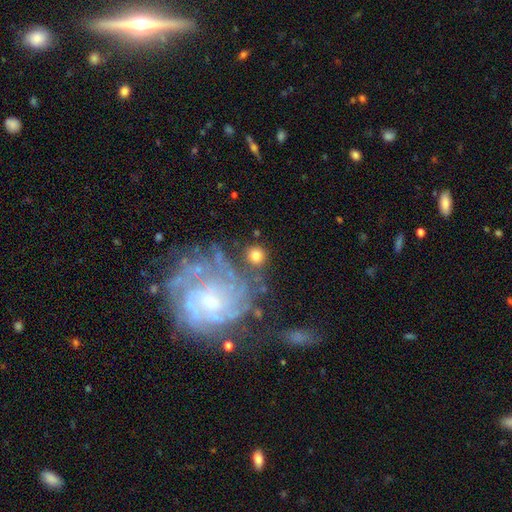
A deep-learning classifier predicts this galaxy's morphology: This appears to be a smooth galaxy with no disk features (71%) that is round (88%). Merging: none (77%).